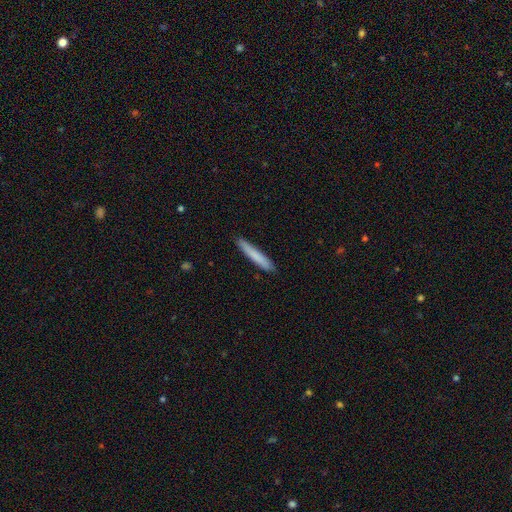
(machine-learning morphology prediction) Smooth or featured?
  - smooth: 78% *
  - featured or disk: 16%
  - star or artifact: 6%
How rounded?
  - cigar-shaped: 95% *
  - in between: 4%
  - round: 1%
Merging?
  - none: 89% *
  - minor disturbance: 8%
  - major disturbance: 1%
  - merger: 1%